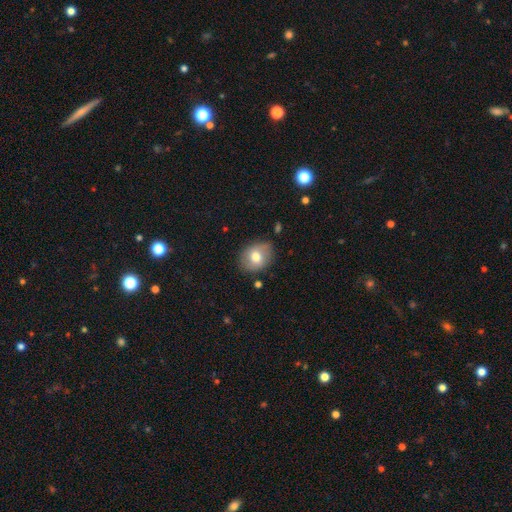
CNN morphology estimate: Smooth or featured?
  - smooth: 71% *
  - featured or disk: 21%
  - star or artifact: 8%
How rounded?
  - round: 54% *
  - in between: 45%
  - cigar-shaped: 1%
Merging?
  - none: 79% *
  - minor disturbance: 15%
  - major disturbance: 3%
  - merger: 2%